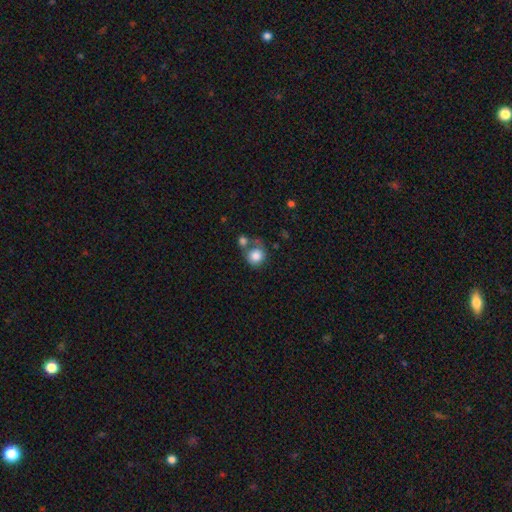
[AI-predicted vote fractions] This is clearly a smooth galaxy (83%). How rounded: clearly round (82%). Merging: marginally none (45%).